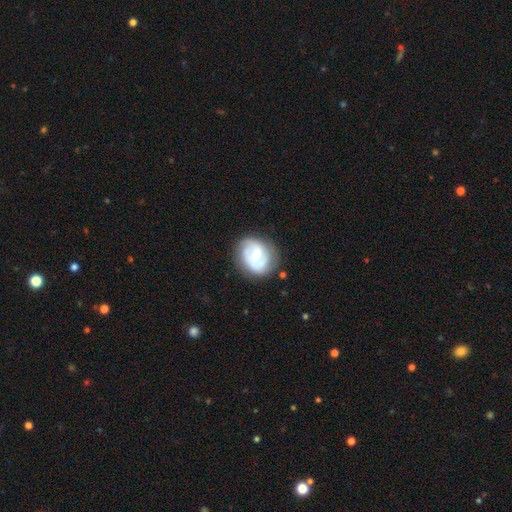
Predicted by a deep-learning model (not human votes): Overall: featured or disk (71%). Edge-on disk: no (97%). Bar: weak (48%; no 37%). Spiral arms: yes (85%). Spiral arm count: 2 (69%). Spiral winding: tight (41%, tied with medium). Bulge size: moderate (68%). Merging: none (74%).